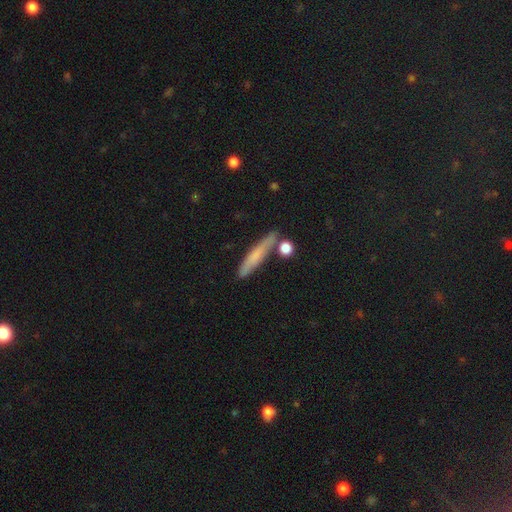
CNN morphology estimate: This is likely a smooth galaxy (62%). How rounded: clearly cigar-shaped (89%). Merging: likely none (75%).